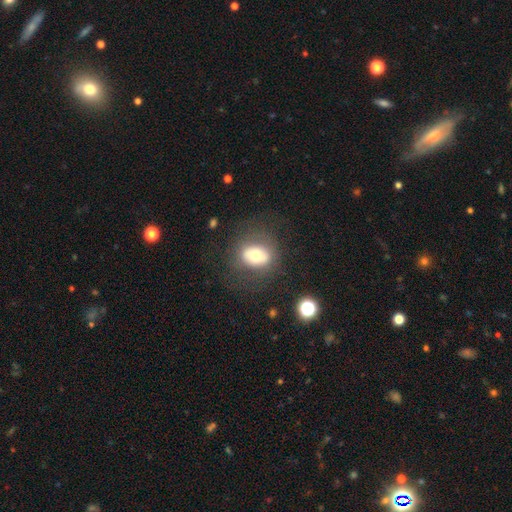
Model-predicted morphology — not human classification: smooth-or-featured: smooth: 63% | featured or disk: 27% | star or artifact: 10%
  how-rounded: in between: 50% | round: 49% | cigar-shaped: 1%
  merging: none: 75% | minor disturbance: 13% | major disturbance: 10% | merger: 2%